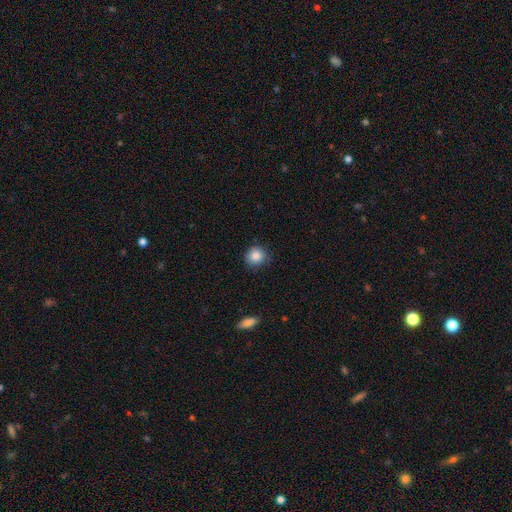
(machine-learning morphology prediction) A smooth galaxy with no disk features (85%) that is round (89%). Merging: none (81%).